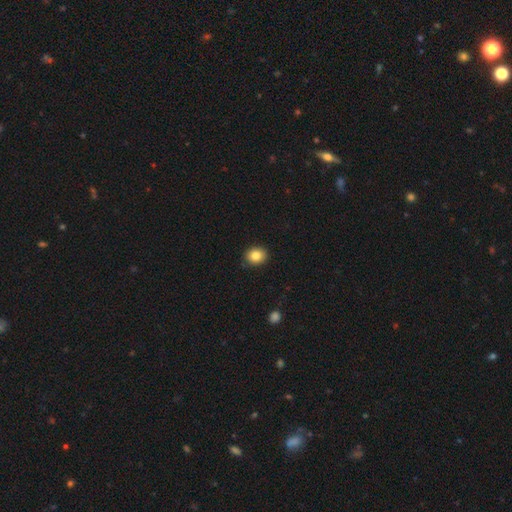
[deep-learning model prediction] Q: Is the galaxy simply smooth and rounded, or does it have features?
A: smooth — 84%.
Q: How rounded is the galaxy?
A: round — 64%.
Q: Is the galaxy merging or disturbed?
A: none — 89%.